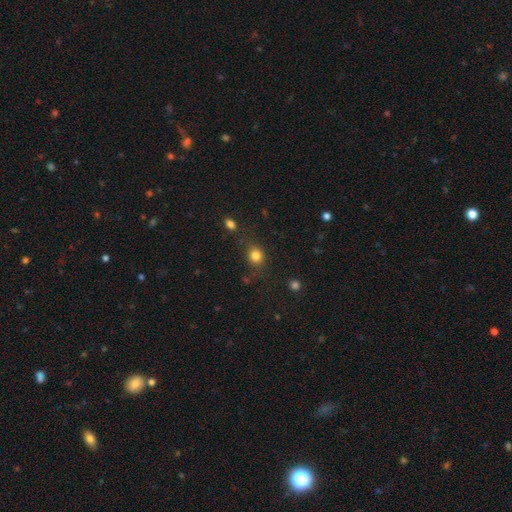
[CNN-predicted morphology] Smooth or featured?
  - smooth: 82% *
  - star or artifact: 12%
  - featured or disk: 6%
How rounded?
  - round: 76% *
  - in between: 23%
  - cigar-shaped: 1%
Merging?
  - none: 79% *
  - minor disturbance: 12%
  - major disturbance: 5%
  - merger: 3%